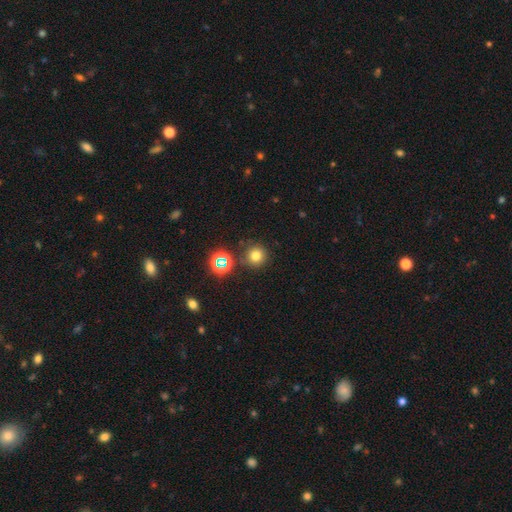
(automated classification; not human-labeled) Smooth or featured? smooth (71%)
How rounded? round (94%)
Merging? none (84%)